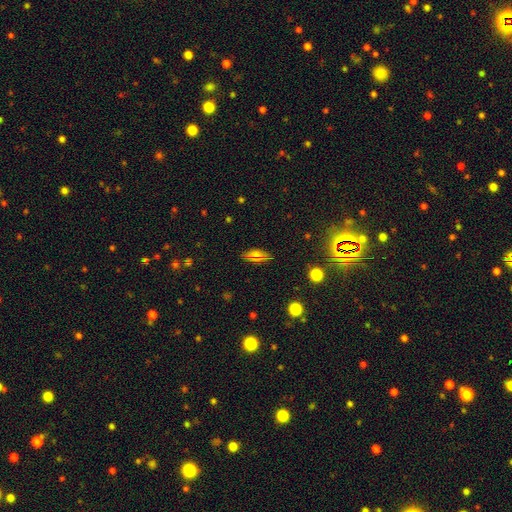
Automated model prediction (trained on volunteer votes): Smooth or featured? smooth (63%)
How rounded? in between (85%)
Merging? none (84%)